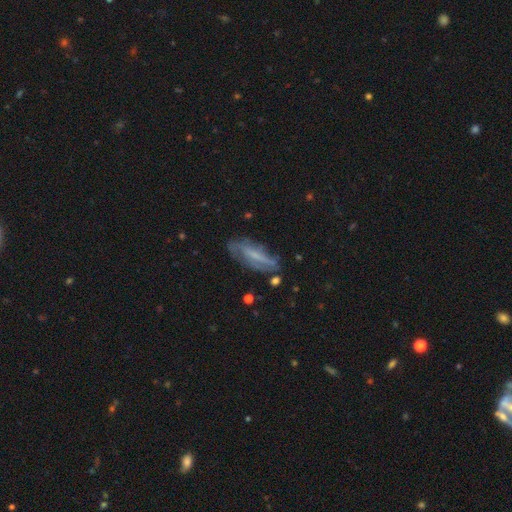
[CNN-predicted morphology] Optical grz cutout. It shows a featured or disk galaxy (57%). Merging: none (62%).